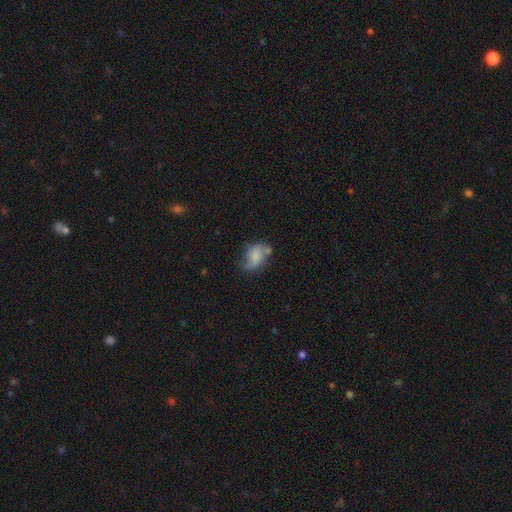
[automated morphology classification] smooth 55%, featured or disk 35%, star or artifact 9%. Down the decision tree: how rounded — in between (80%); merging — none (46%).